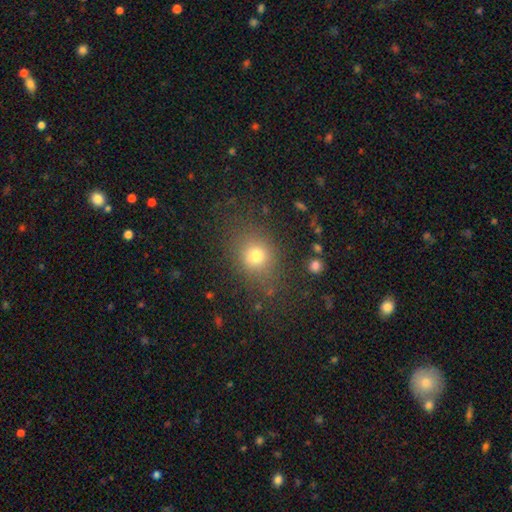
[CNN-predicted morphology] This appears to be a smooth galaxy with no disk features (75%) that is round (62%). Merging: none (76%).